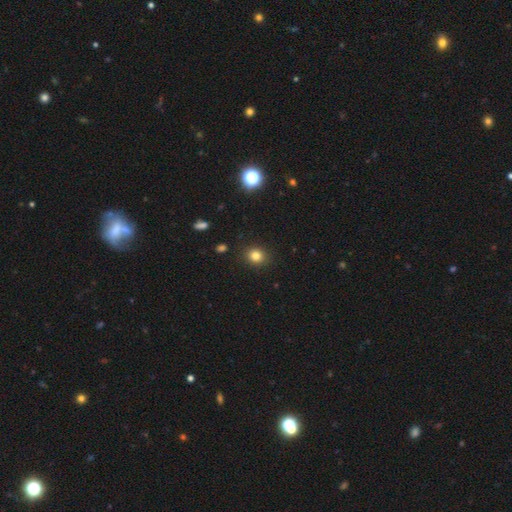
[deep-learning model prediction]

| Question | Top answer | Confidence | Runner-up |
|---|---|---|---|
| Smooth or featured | smooth | 82% | star or artifact (13%) |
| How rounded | round | 75% | in between (24%) |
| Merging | none | 89% | minor disturbance (7%) |